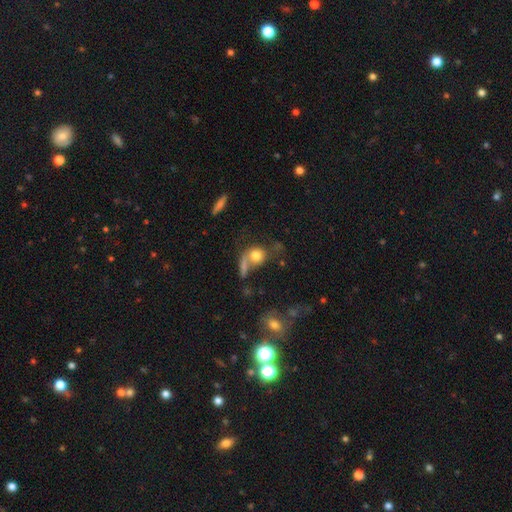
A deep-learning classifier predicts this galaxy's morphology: This is likely a smooth galaxy (69%). How rounded: likely round (64%). Merging: marginally none (34%).